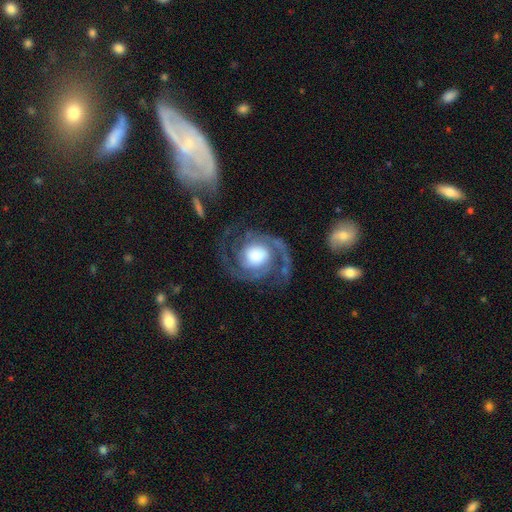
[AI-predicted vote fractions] Smooth or featured?
  - featured or disk: 90% *
  - smooth: 5%
  - star or artifact: 4%
Edge-on disk?
  - no: 98% *
  - yes: 2%
Bar?
  - no: 69% *
  - weak: 22%
  - strong: 8%
Spiral arms?
  - yes: 98% *
  - no: 2%
Spiral winding?
  - medium: 48% *
  - tight: 40%
  - loose: 12%
Spiral arm count?
  - 2: 88% *
  - 3: 3%
  - can't tell: 3%
  - 1: 2%
  - 4: 2%
  - more than 4: 2%
Bulge size?
  - large: 49% *
  - moderate: 25%
  - dominant: 13%
  - small: 10%
  - none: 3%
Merging?
  - none: 75% *
  - minor disturbance: 14%
  - major disturbance: 10%
  - merger: 2%